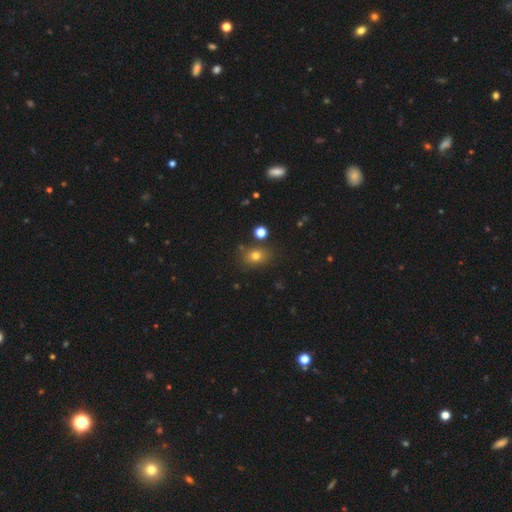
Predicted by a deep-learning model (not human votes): Smooth or featured?
  - smooth: 75% *
  - star or artifact: 15%
  - featured or disk: 10%
How rounded?
  - in between: 50% *
  - round: 49%
  - cigar-shaped: 1%
Merging?
  - none: 78% *
  - minor disturbance: 12%
  - merger: 6%
  - major disturbance: 4%